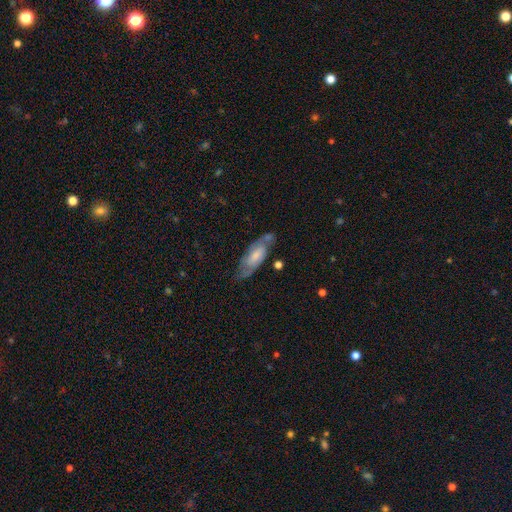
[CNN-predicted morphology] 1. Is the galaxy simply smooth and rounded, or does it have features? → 58% featured or disk, 36% smooth, 6% star or artifact.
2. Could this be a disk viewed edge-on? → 83% no, 17% yes.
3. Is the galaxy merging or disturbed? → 65% none, 22% minor disturbance, 8% major disturbance, 5% merger.